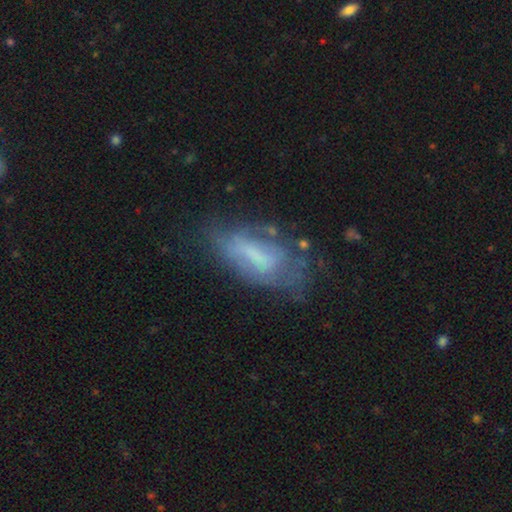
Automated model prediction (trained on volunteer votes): Smooth or featured? featured or disk (49%)
Merging? none (47%)